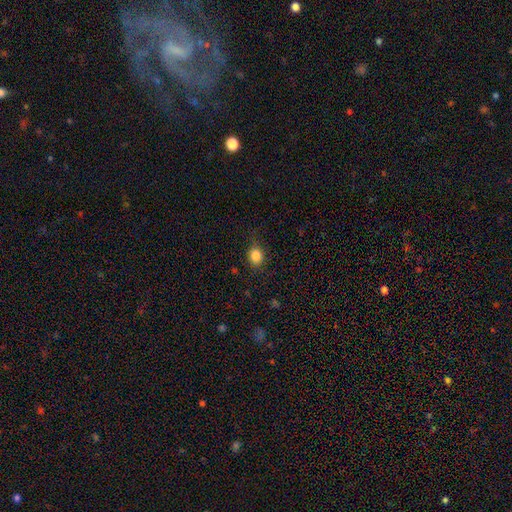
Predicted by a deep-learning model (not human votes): This appears to be a smooth galaxy with no disk features (85%) that is round (63%). Merging: none (80%).